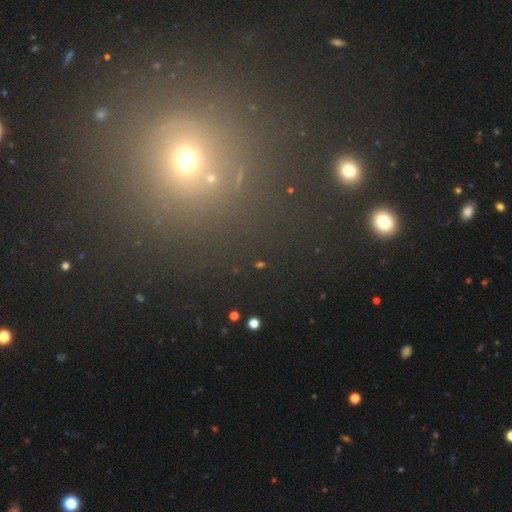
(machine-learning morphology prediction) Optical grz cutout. It shows a star or artifact, not a galaxy (54%).